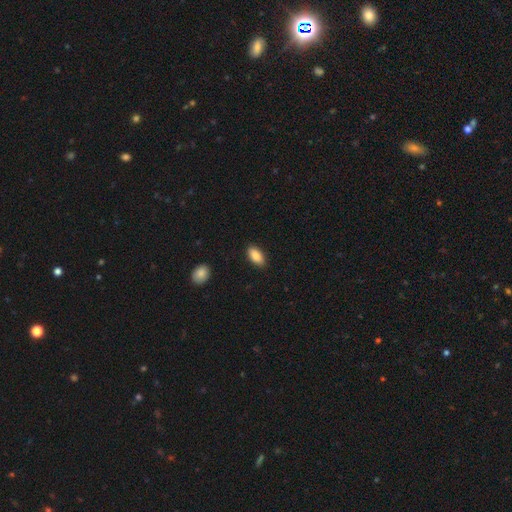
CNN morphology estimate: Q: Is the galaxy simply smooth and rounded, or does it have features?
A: smooth — 89%.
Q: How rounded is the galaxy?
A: in between — 92%.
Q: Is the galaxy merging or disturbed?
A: none — 87%.